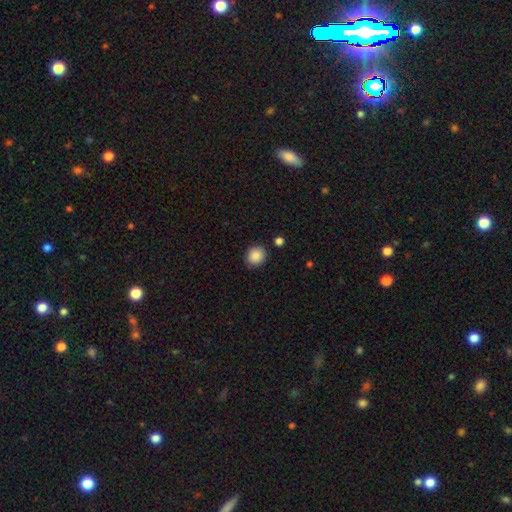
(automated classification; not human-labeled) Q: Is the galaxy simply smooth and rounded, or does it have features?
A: smooth — 88%.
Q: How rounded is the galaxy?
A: round — 82%.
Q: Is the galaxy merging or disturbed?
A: none — 86%.